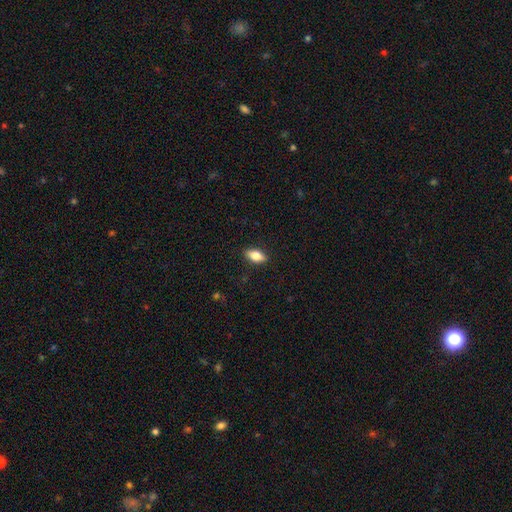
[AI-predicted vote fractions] Smooth or featured: smooth — 77% (featured or disk — 16%)
How rounded: in between — 86% (cigar-shaped — 10%)
Merging: none — 88% (minor disturbance — 9%)